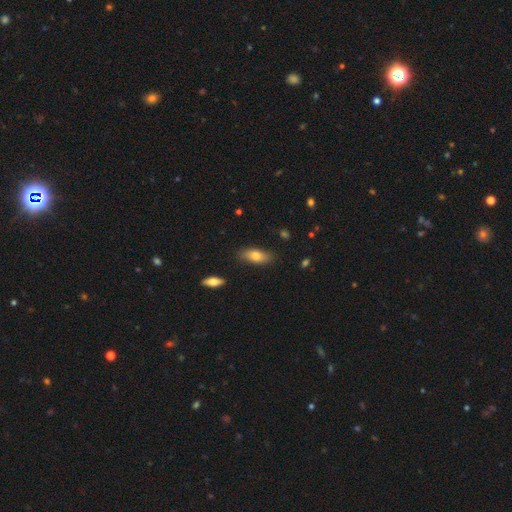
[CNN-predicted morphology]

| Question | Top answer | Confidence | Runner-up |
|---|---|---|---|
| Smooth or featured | smooth | 76% | featured or disk (18%) |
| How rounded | in between | 80% | cigar-shaped (16%) |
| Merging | none | 81% | minor disturbance (14%) |